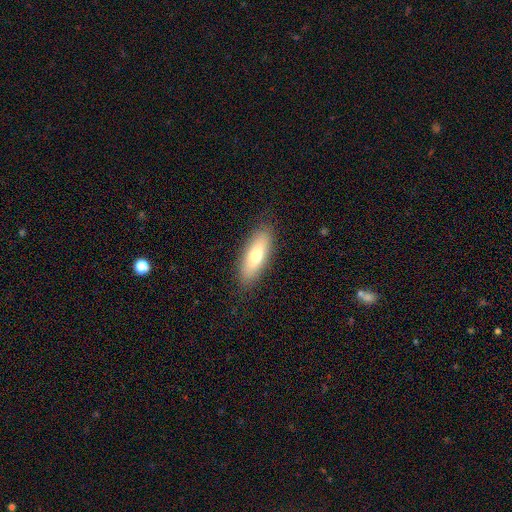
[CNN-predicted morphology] Smooth or featured: smooth — 68% (featured or disk — 25%)
How rounded: in between — 63% (cigar-shaped — 34%)
Merging: none — 87% (minor disturbance — 10%)